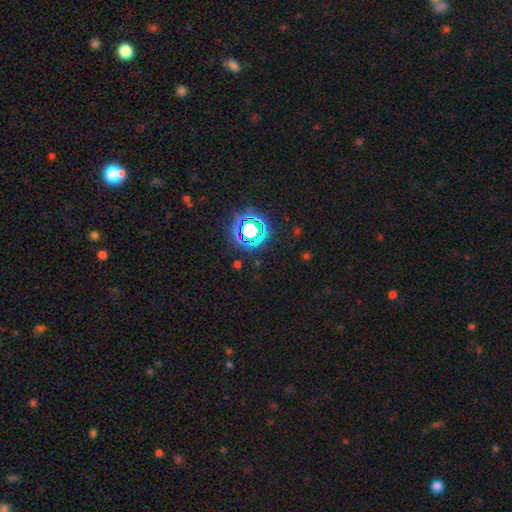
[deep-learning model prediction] Smooth or featured? star or artifact (77%)